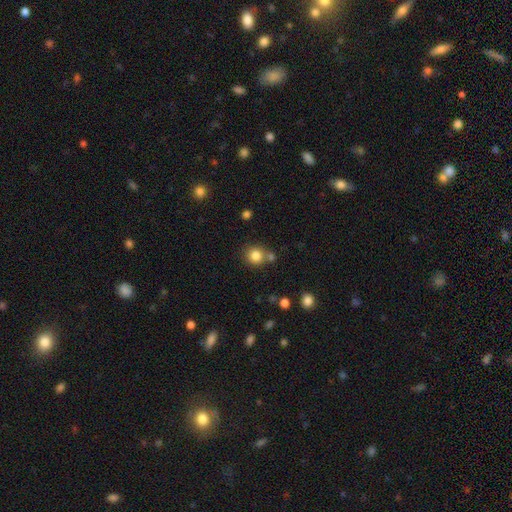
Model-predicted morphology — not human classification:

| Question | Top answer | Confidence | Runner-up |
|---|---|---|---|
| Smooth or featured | smooth | 82% | star or artifact (11%) |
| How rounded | round | 88% | in between (11%) |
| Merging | none | 68% | merger (18%) |